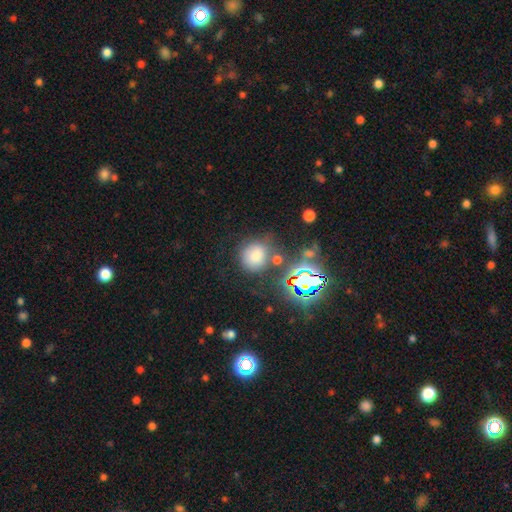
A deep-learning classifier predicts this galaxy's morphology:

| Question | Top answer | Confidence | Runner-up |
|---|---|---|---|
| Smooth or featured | smooth | 68% | star or artifact (21%) |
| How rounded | round | 80% | in between (19%) |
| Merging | none | 66% | minor disturbance (16%) |